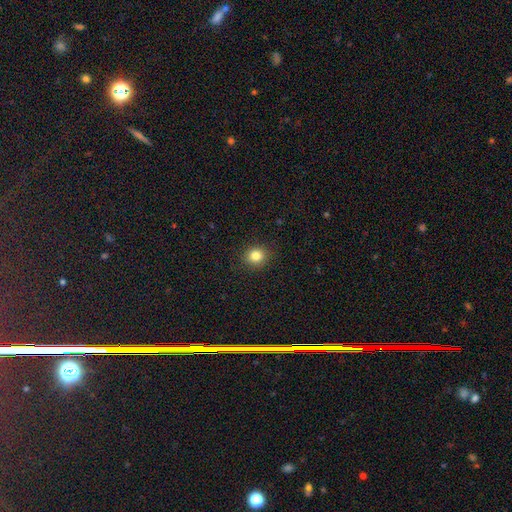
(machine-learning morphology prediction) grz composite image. It shows a smooth galaxy with no disk features (83%) that is round (81%). Merging: none (90%).